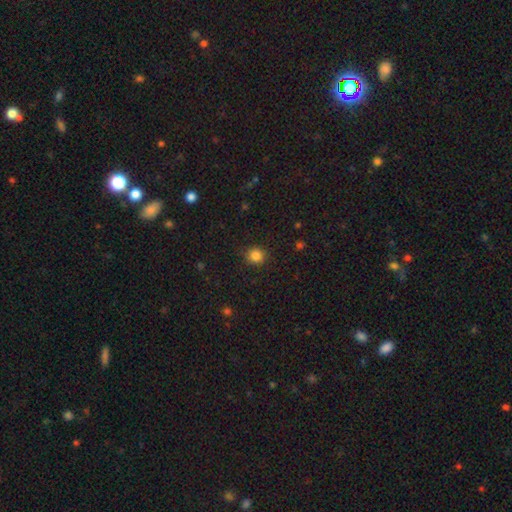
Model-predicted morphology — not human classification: The model was most divided on "smooth or featured": smooth: 84%, star or artifact: 12%, featured or disk: 4%. More confident: how rounded — round (90%); merging — none (89%).